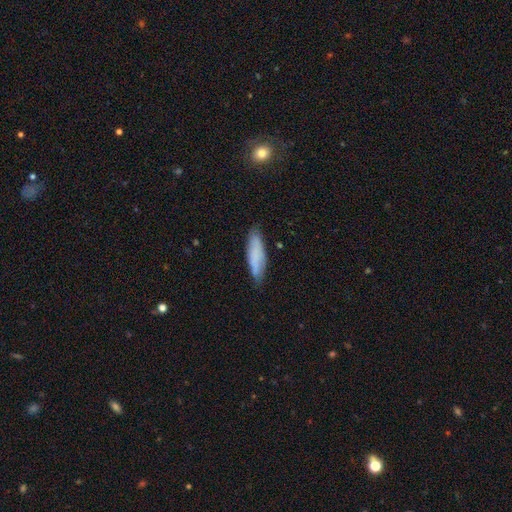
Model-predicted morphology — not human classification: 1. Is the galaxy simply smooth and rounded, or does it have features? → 74% smooth, 18% featured or disk, 7% star or artifact.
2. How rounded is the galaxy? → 64% cigar-shaped, 34% in between, 2% round.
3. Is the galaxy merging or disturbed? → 79% none, 17% minor disturbance, 3% major disturbance, 1% merger.